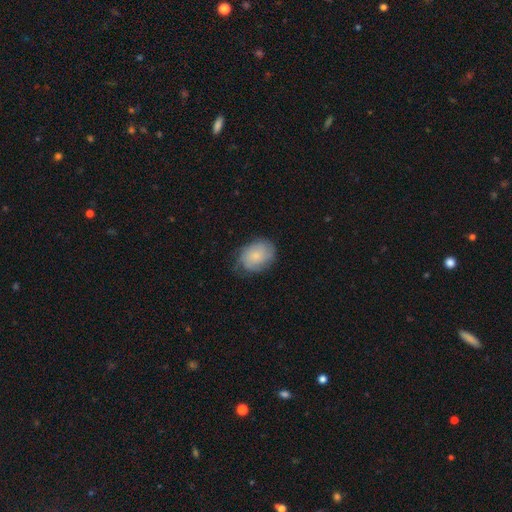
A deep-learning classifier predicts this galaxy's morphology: type=smooth (61%); roundness=in between (67%); merging=none (62%).